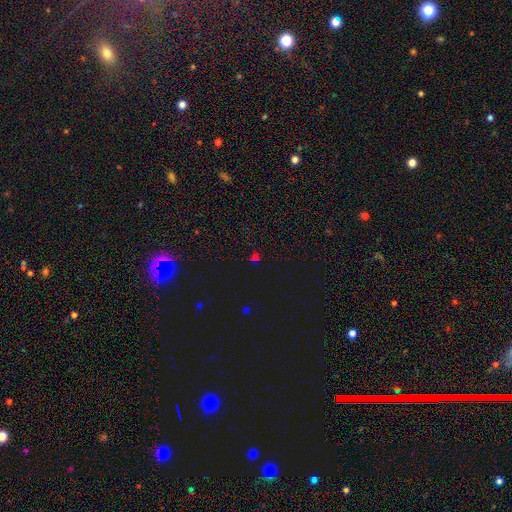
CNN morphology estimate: Smooth or featured? Predicted: star or artifact (p=0.60).